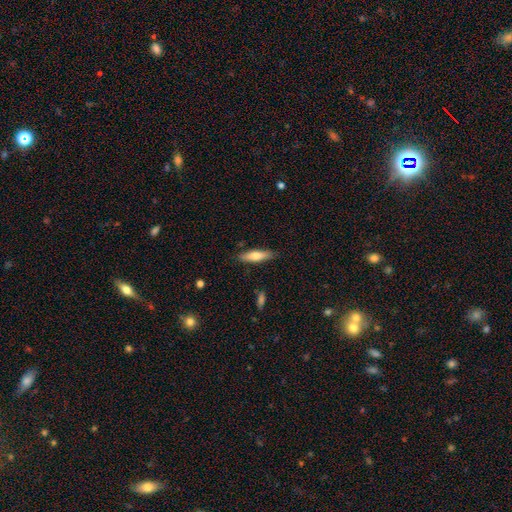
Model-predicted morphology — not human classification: Q: Smooth or featured?
A: smooth (66%); runner-up: featured or disk (28%)
Q: How rounded?
A: cigar-shaped (64%); runner-up: in between (34%)
Q: Merging?
A: none (85%); runner-up: minor disturbance (11%)